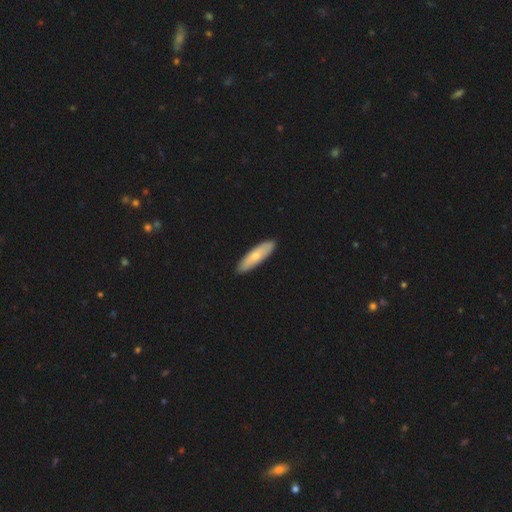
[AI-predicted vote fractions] This appears to be a smooth galaxy with no disk features (67%) that is cigar-shaped (59%). Merging: none (90%).